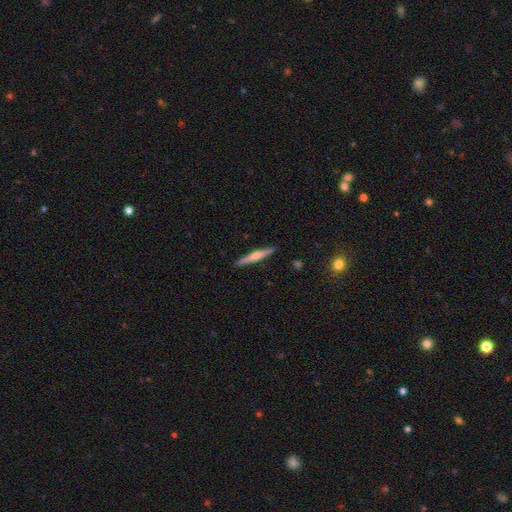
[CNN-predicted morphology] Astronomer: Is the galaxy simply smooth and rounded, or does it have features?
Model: featured or disk — 54% (runner-up: smooth, 40%).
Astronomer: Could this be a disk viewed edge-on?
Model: yes — 97%.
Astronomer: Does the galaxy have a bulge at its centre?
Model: rounded — 69%.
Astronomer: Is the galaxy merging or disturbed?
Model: none — 91%.